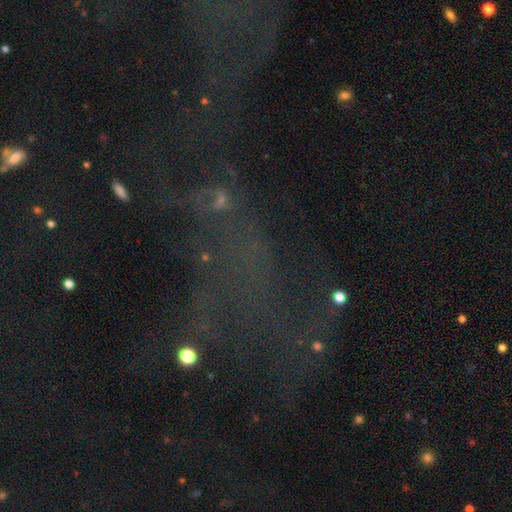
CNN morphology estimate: smooth-or-featured: star or artifact: 49% | featured or disk: 29% | smooth: 22%